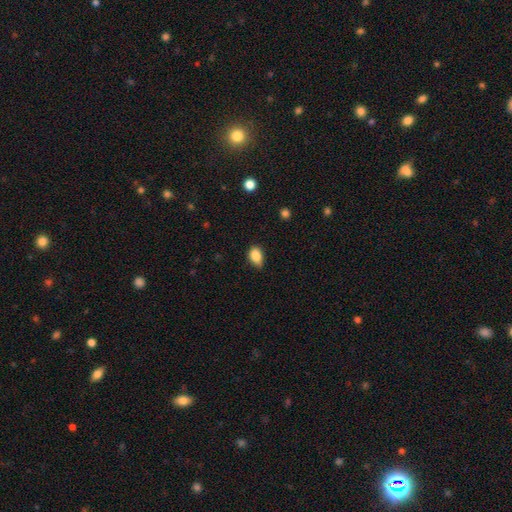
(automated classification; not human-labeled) Smooth or featured? Predicted: smooth (p=0.87). How rounded? Predicted: in between (p=0.85). Merging? Predicted: none (p=0.64).